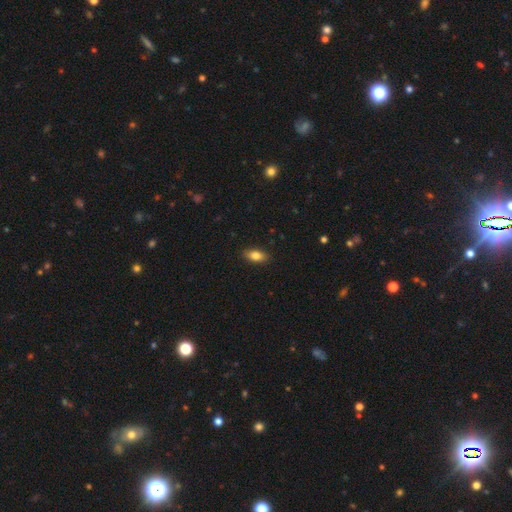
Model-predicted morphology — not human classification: Smooth or featured?
  - smooth: 83% *
  - featured or disk: 9%
  - star or artifact: 8%
How rounded?
  - in between: 88% *
  - cigar-shaped: 7%
  - round: 5%
Merging?
  - none: 88% *
  - minor disturbance: 9%
  - major disturbance: 2%
  - merger: 1%